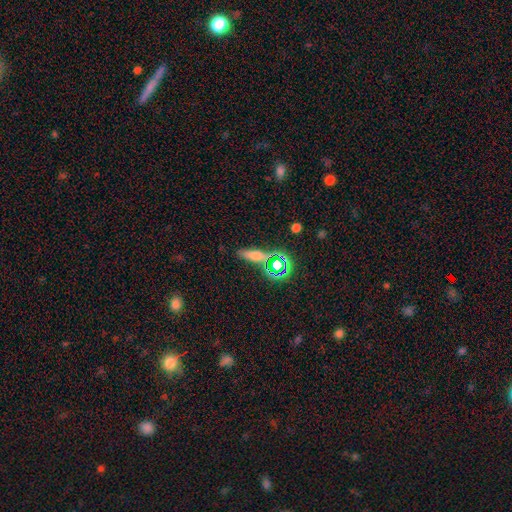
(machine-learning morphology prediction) A smooth galaxy with no disk features (61%) that is cigar-shaped (55%). Merging: none (77%).